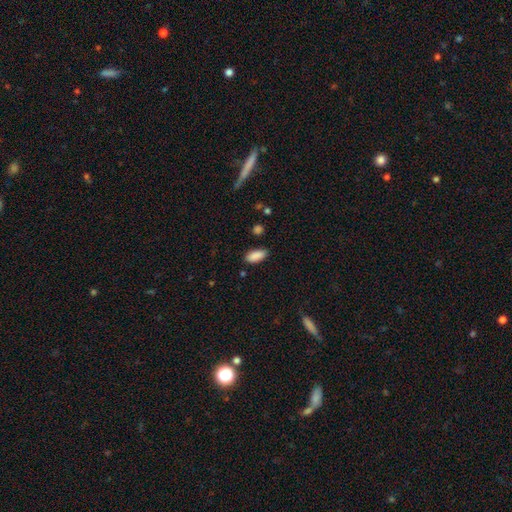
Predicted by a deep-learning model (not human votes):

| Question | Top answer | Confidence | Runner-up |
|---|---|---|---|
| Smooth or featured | smooth | 89% | star or artifact (7%) |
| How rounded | in between | 85% | cigar-shaped (13%) |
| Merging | none | 84% | minor disturbance (12%) |